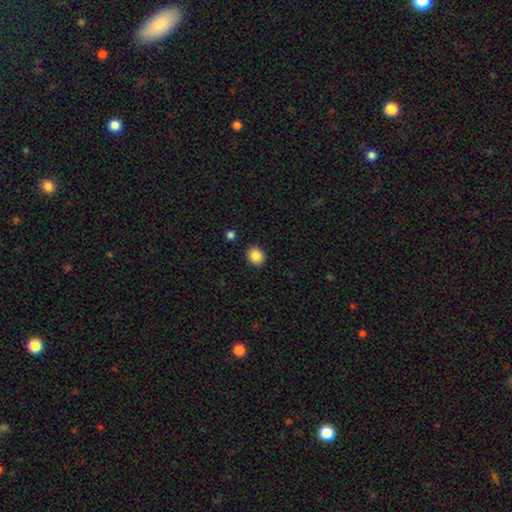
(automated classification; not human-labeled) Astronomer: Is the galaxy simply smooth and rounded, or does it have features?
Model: smooth — 87%.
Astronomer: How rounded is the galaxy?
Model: round — 63%.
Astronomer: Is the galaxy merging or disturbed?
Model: none — 90%.